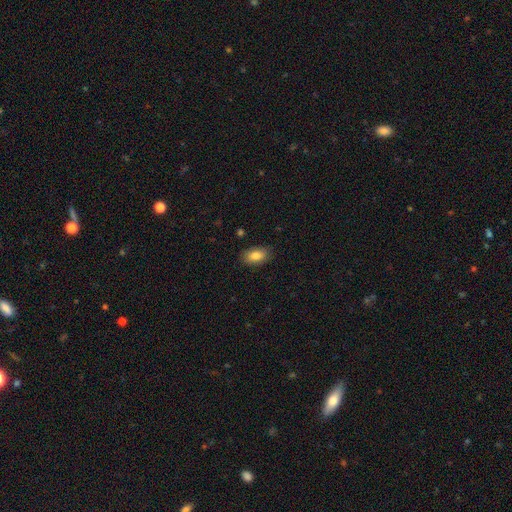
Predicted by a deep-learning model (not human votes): Morphology: type=smooth (84%); roundness=in between (91%); merging=none (86%).